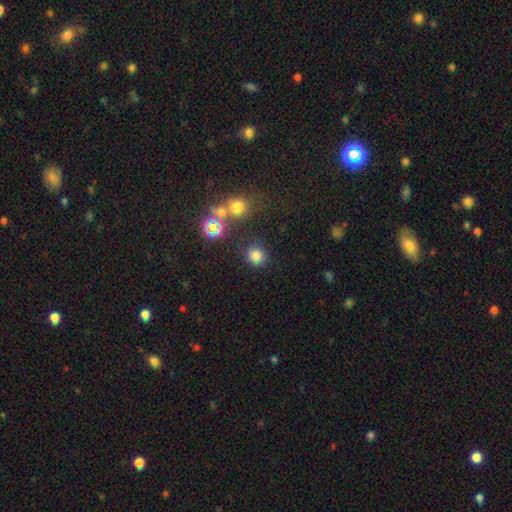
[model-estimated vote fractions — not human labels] A smooth galaxy with no disk features (75%) that is round (85%). Merging: none (77%).